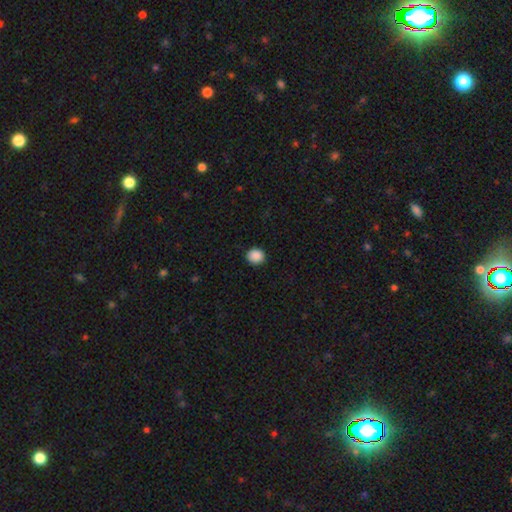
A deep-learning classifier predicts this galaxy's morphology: A smooth galaxy with no disk features (89%) that is round (84%). Merging: none (91%).